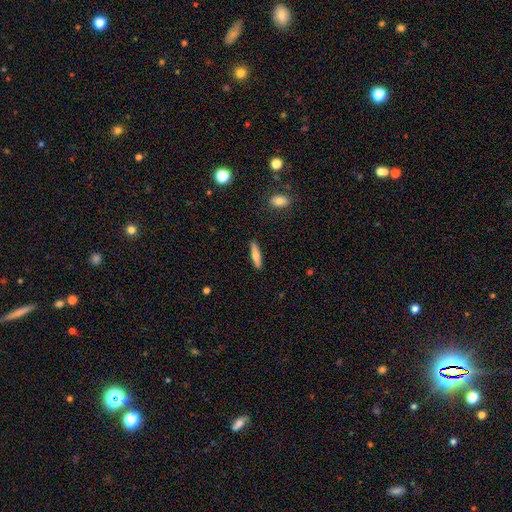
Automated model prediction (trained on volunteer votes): smooth-or-featured: smooth: 67% | featured or disk: 27% | star or artifact: 6%
  how-rounded: cigar-shaped: 81% | in between: 17% | round: 2%
  merging: none: 89% | minor disturbance: 8% | major disturbance: 2% | merger: 1%